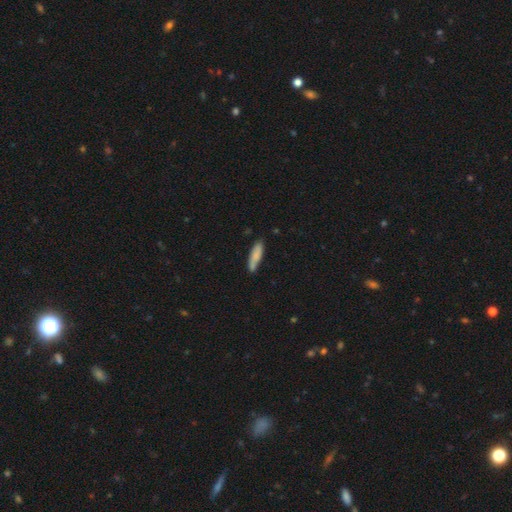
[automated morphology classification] Q: Smooth or featured?
A: smooth (80%); runner-up: featured or disk (13%)
Q: How rounded?
A: cigar-shaped (70%); runner-up: in between (29%)
Q: Merging?
A: none (70%); runner-up: minor disturbance (22%)